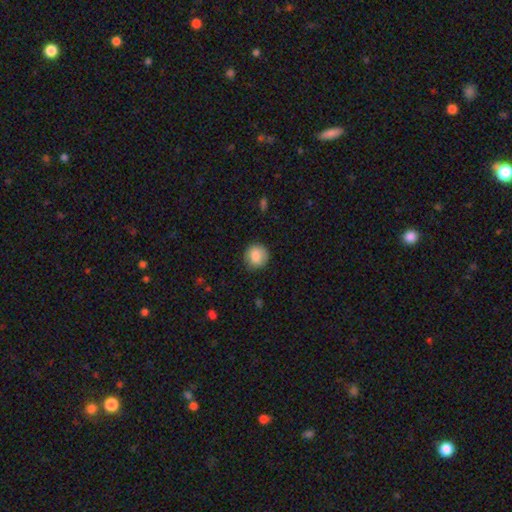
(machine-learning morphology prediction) Overall: smooth (85%). How rounded: round (89%). Merging: none (85%).